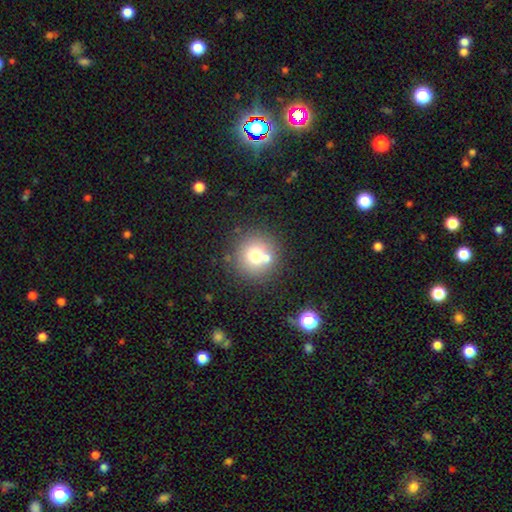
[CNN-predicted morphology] type=smooth (68%); roundness=round (93%); merging=none (69%).